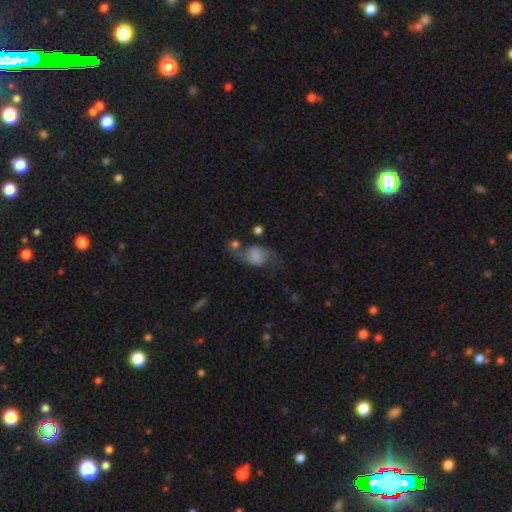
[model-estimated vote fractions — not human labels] Morphology: type=featured or disk (61%); edge-on=no (96%); bar=no (44%); spiral arms=yes (87%); winding=loose (71%); arm count=2 (91%); bulge=none (43%); merging=none (47%).